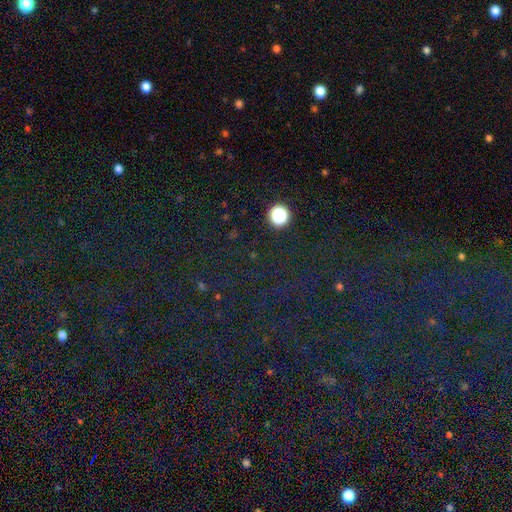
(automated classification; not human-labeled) star or artifact 81%, smooth 11%, featured or disk 8%.